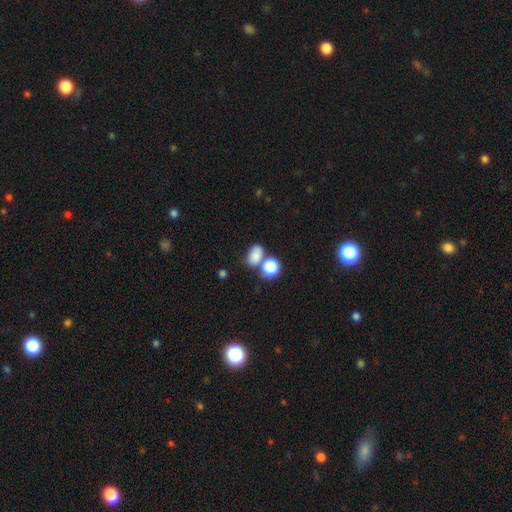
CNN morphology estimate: A smooth galaxy with no disk features (80%) that is in between round and cigar-shaped (75%). Merging: none (47%).